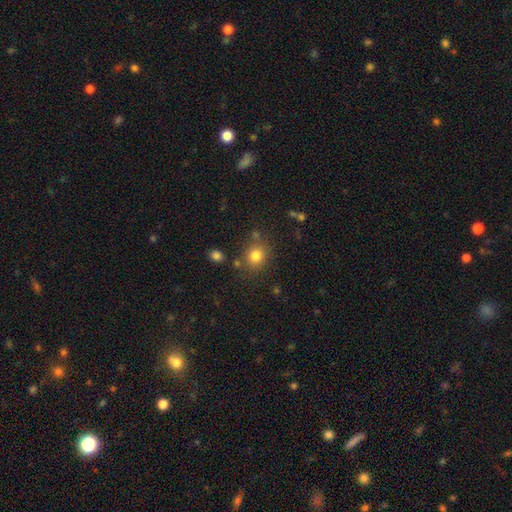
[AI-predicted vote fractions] This appears to be a smooth galaxy with no disk features (80%) that is round (78%). Merging: none (78%).